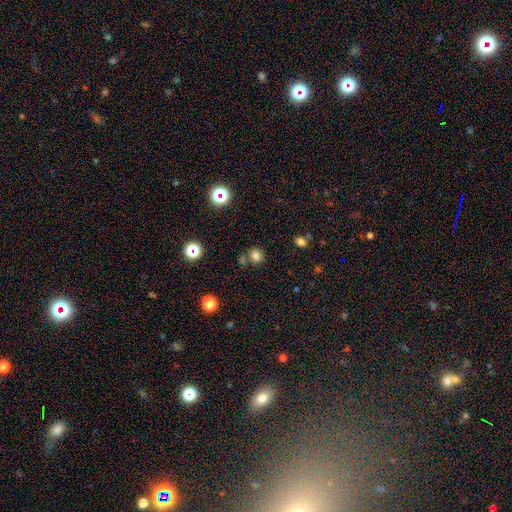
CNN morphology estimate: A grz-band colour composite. It shows a smooth galaxy with no disk features (76%) that is round (85%). Merging: none (68%).